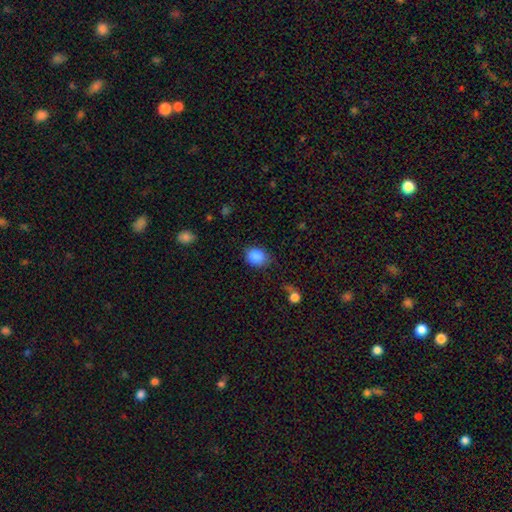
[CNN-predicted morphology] Smooth or featured? Predicted: smooth (p=0.87). How rounded? Predicted: round (p=0.56). Merging? Predicted: none (p=0.76).